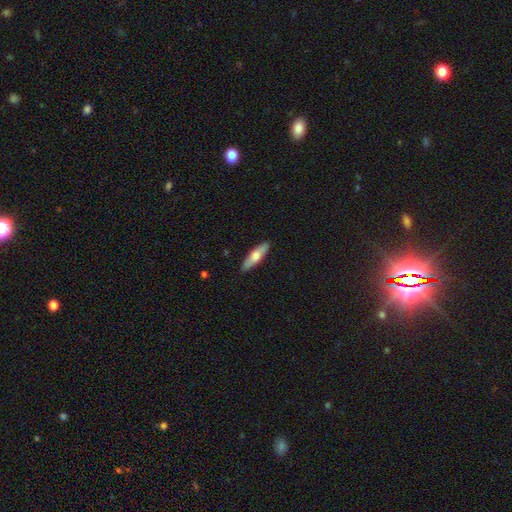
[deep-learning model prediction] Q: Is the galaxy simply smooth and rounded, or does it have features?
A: smooth — 58%.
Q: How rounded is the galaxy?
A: cigar-shaped — 65%.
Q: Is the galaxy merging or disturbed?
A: none — 90%.